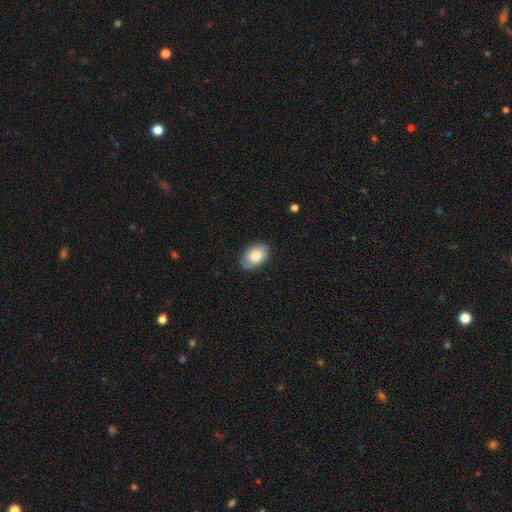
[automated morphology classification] smooth-or-featured: smooth: 79% | featured or disk: 14% | star or artifact: 7%
  how-rounded: in between: 89% | round: 10% | cigar-shaped: 1%
  merging: none: 81% | minor disturbance: 15% | major disturbance: 3% | merger: 1%